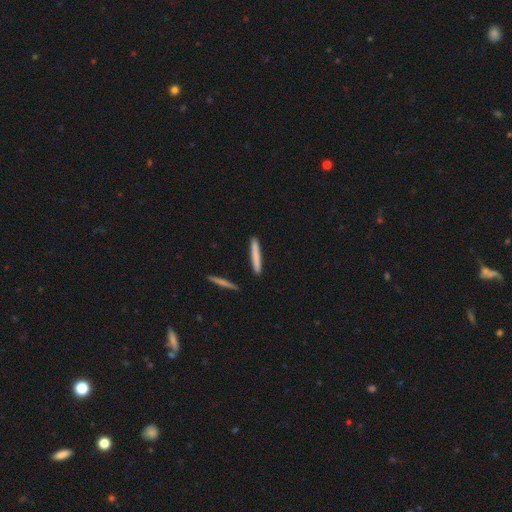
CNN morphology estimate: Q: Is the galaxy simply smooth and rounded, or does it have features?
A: smooth — 75%.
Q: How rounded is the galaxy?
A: cigar-shaped — 95%.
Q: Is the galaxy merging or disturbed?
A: none — 89%.